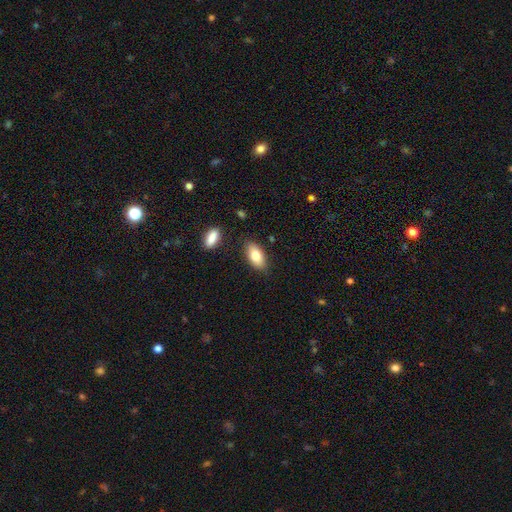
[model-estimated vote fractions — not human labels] A smooth galaxy with no disk features (79%) that is in between round and cigar-shaped (90%). Merging: none (82%).